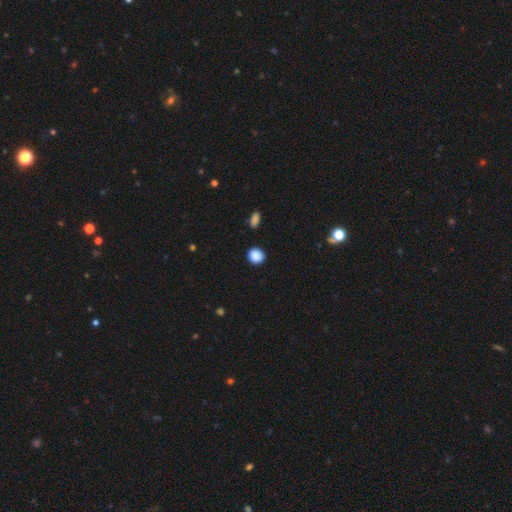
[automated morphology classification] Q: Smooth or featured?
A: smooth (89%); runner-up: star or artifact (9%)
Q: How rounded?
A: round (87%); runner-up: in between (12%)
Q: Merging?
A: none (90%); runner-up: minor disturbance (6%)